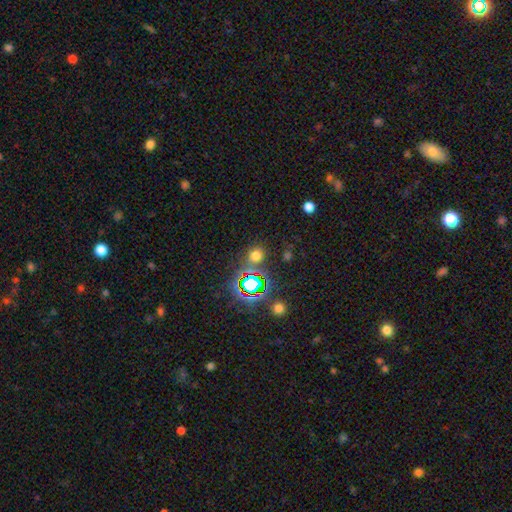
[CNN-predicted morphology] Smooth or featured? smooth (60%)
How rounded? round (84%)
Merging? none (80%)